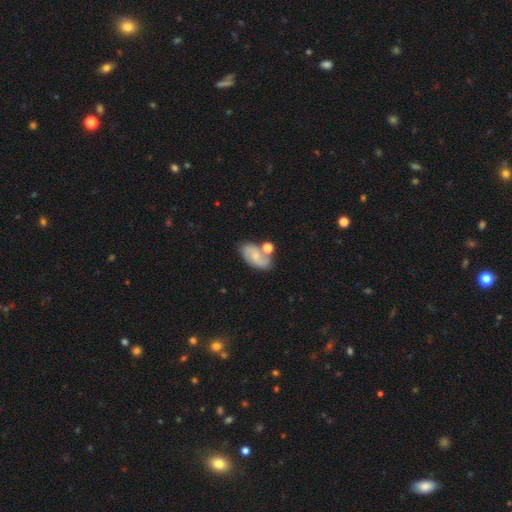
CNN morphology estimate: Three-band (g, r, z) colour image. It shows a featured or disk galaxy (64%) with no bar (55%), 2 (87%) medium (46%) spiral arms (91%) and a small central bulge (56%). Merging: none (58%).